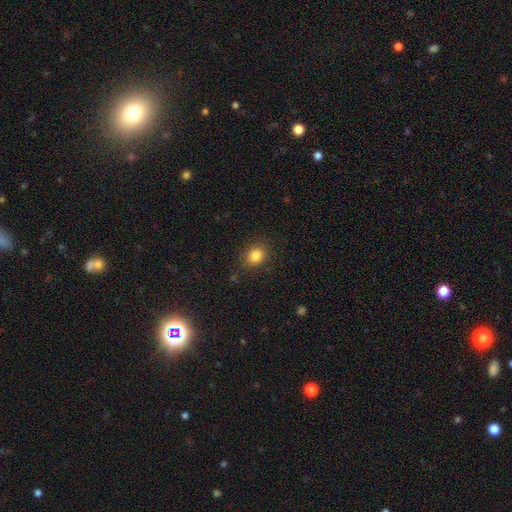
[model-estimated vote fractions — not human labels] A smooth galaxy with no disk features (83%) that is round (63%). Merging: none (86%).